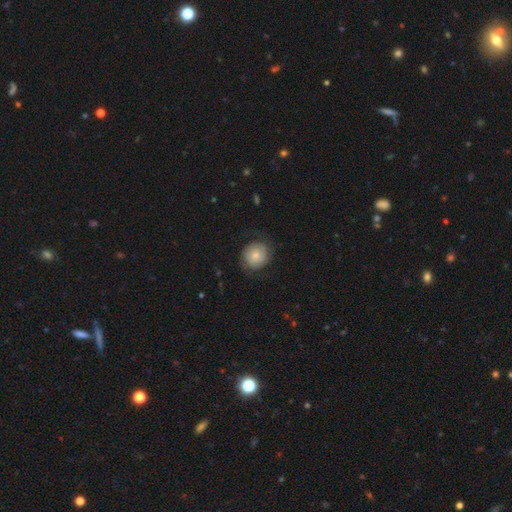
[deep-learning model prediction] smooth_or_featured: smooth (p=0.47) [alt: featured or disk p=0.45]
merging: none (p=0.72) [alt: minor disturbance p=0.18]